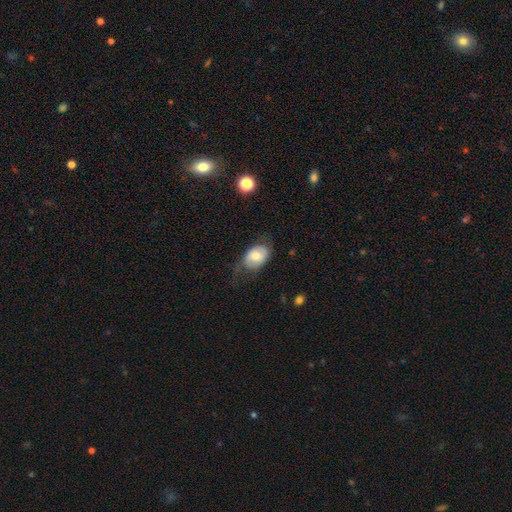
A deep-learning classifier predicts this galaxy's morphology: This appears to be a smooth galaxy with no disk features (60%) that is in between round and cigar-shaped (82%). Merging: none (54%).